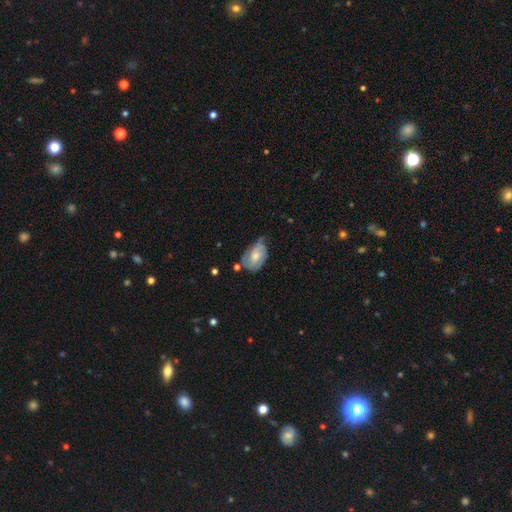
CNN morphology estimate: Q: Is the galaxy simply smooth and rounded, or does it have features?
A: featured or disk — 49%.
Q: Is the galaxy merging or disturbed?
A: minor disturbance — 40%.